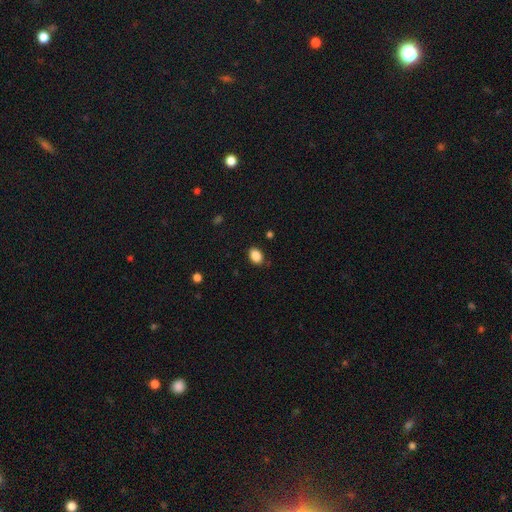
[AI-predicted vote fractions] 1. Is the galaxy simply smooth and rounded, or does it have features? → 88% smooth, 9% star or artifact, 4% featured or disk.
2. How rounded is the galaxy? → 76% in between, 23% round, 1% cigar-shaped.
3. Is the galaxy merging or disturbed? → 85% none, 11% minor disturbance, 3% major disturbance, 1% merger.